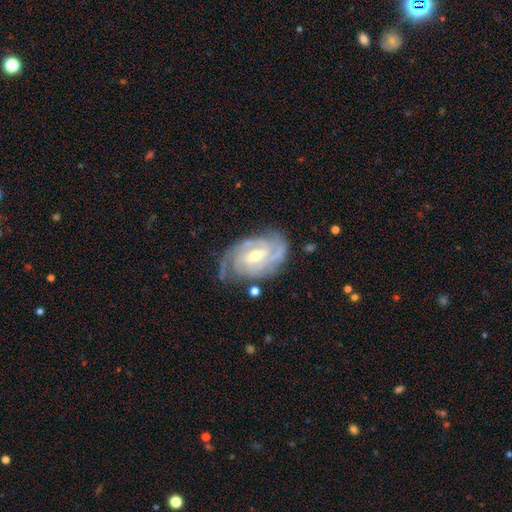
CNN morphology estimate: Smooth or featured? featured or disk (90%)
Edge-on disk? no (97%)
Bar? weak (51%)
Spiral arms? yes (98%)
Spiral winding? tight (65%)
Spiral arm count? 3 (36%)
Bulge size? moderate (53%)
Merging? none (72%)